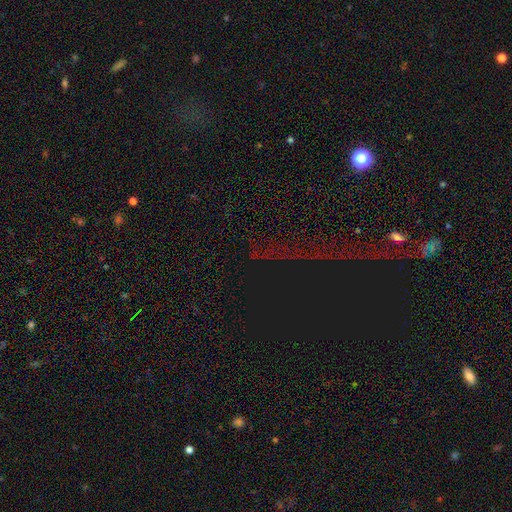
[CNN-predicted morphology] Smooth or featured?
  - star or artifact: 81% *
  - smooth: 10%
  - featured or disk: 8%